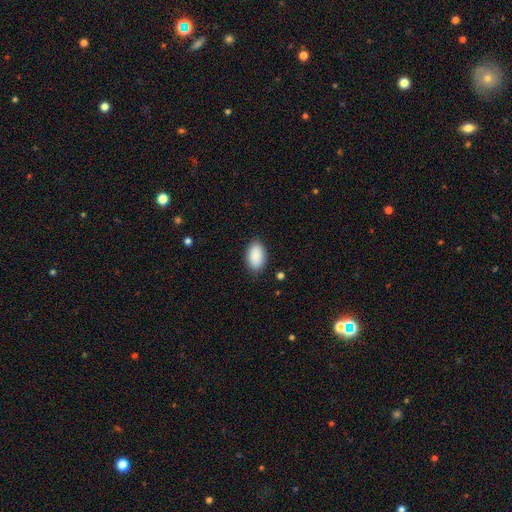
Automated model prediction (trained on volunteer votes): Overall: smooth (91%). How rounded: in between (94%). Merging: none (86%).